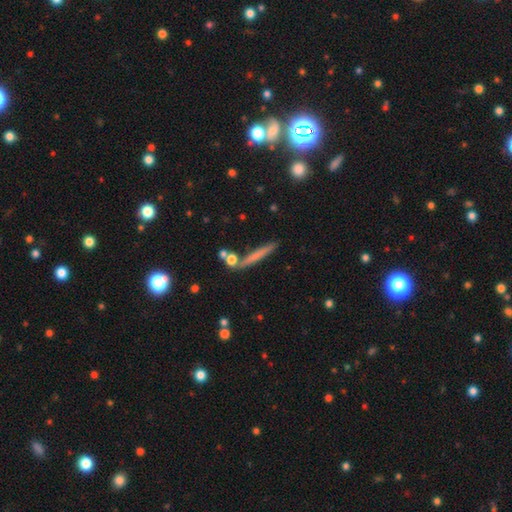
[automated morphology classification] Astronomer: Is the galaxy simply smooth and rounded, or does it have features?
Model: smooth — 58% (runner-up: featured or disk, 33%).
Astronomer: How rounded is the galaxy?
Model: cigar-shaped — 93%.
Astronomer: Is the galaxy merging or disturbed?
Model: none — 79%.